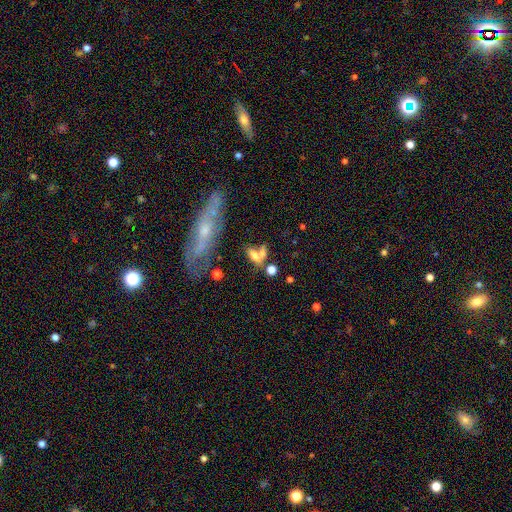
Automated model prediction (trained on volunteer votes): This appears to be a smooth galaxy with no disk features (60%) that is in between round and cigar-shaped (66%). Merging: none (39%).